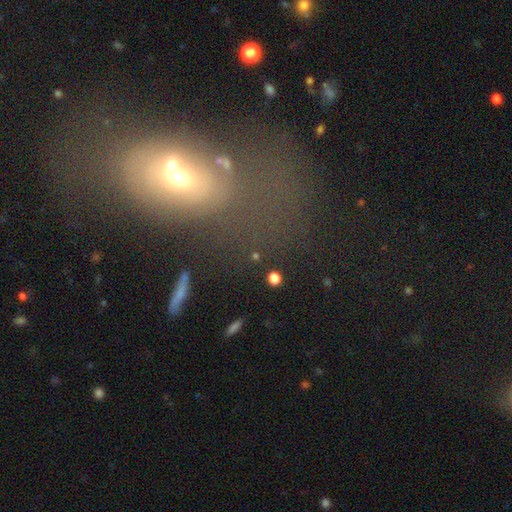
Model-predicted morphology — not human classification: This is possibly a smooth galaxy (48%). Merging: likely none (77%).